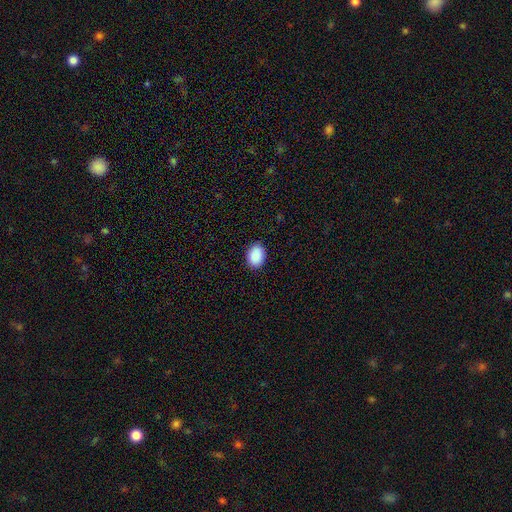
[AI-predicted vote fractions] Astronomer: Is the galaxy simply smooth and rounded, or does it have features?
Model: smooth — 90%.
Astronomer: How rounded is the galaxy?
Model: in between — 72%.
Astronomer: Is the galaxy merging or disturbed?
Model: none — 89%.